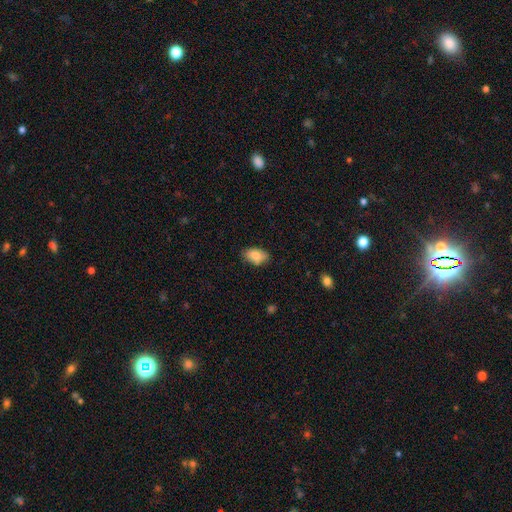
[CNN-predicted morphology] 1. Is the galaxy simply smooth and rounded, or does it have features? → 85% smooth, 8% featured or disk, 7% star or artifact.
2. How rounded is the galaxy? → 91% in between, 7% round, 2% cigar-shaped.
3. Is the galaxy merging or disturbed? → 79% none, 17% minor disturbance, 3% major disturbance, 1% merger.